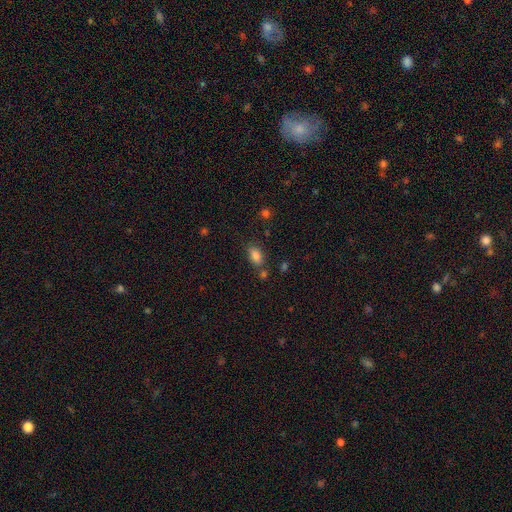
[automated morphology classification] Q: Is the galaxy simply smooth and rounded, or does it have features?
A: smooth — 84%.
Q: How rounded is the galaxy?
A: in between — 88%.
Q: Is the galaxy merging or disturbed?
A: none — 71%.